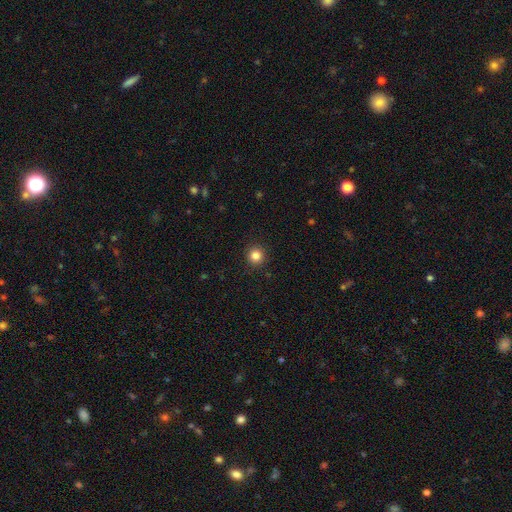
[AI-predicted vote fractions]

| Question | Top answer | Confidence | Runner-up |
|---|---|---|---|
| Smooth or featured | smooth | 83% | star or artifact (12%) |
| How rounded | round | 94% | in between (5%) |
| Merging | none | 92% | minor disturbance (5%) |